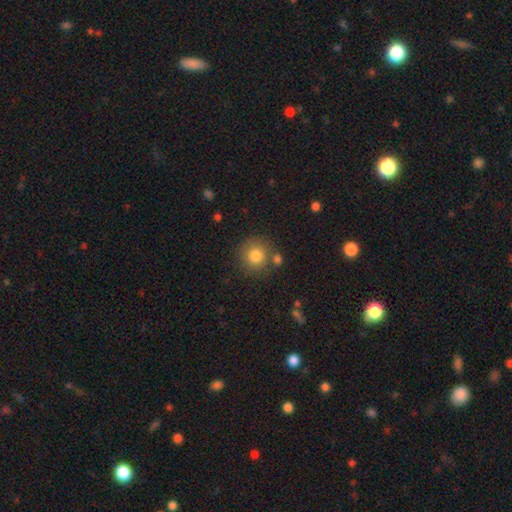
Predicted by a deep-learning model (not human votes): Smooth or featured? smooth (82%)
How rounded? round (92%)
Merging? none (77%)